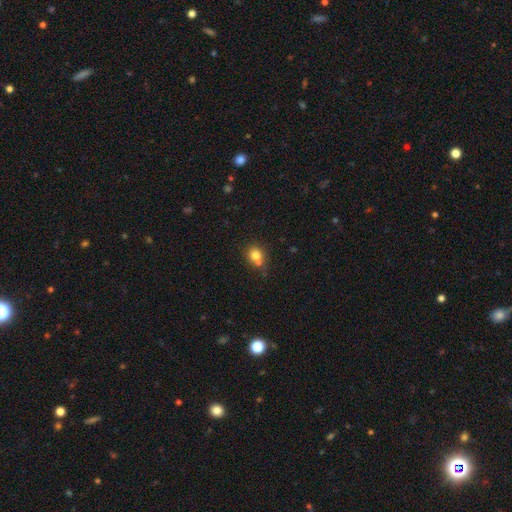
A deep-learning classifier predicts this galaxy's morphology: A smooth galaxy with no disk features (78%) that is round (82%).

Vote fractions:
- Smooth or featured? smooth: 78% / star or artifact: 12% / featured or disk: 10%
- How rounded? round: 82% / in between: 17% / cigar-shaped: 1%
- Merging? none: 56% / merger: 29% / minor disturbance: 12% / major disturbance: 4%